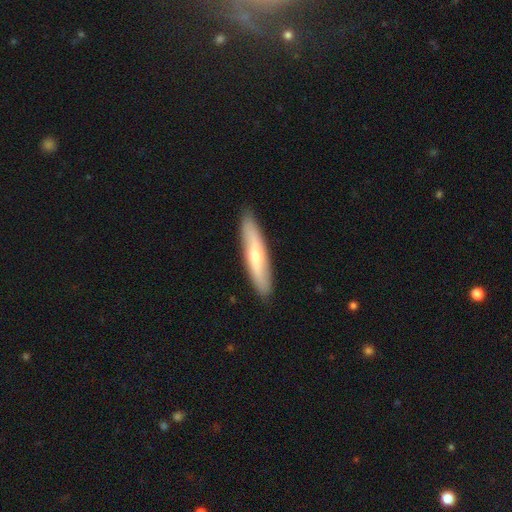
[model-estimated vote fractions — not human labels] smooth_or_featured: smooth (p=0.55) [alt: featured or disk p=0.40]
how_rounded: cigar-shaped (p=0.85) [alt: in between p=0.14]
merging: none (p=0.89) [alt: minor disturbance p=0.08]